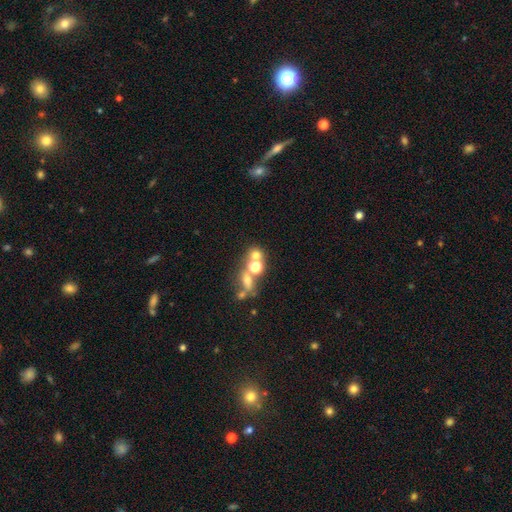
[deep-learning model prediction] Overall: smooth (60%; star or artifact 23%). How rounded: round (74%). Merging: none (44%; merger 42%).